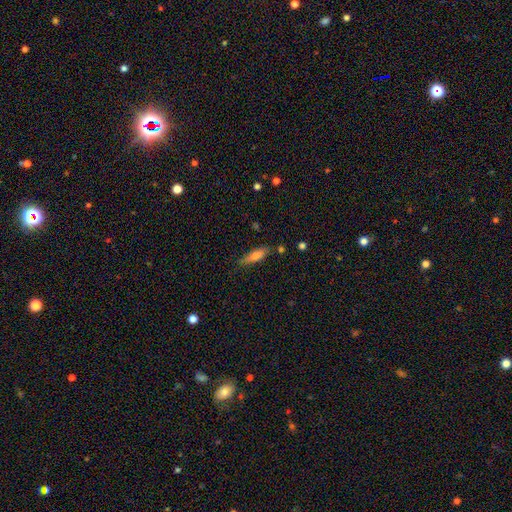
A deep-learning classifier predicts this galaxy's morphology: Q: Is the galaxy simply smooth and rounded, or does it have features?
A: smooth — 69%.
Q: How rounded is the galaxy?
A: cigar-shaped — 57%.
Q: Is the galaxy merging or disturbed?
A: none — 73%.